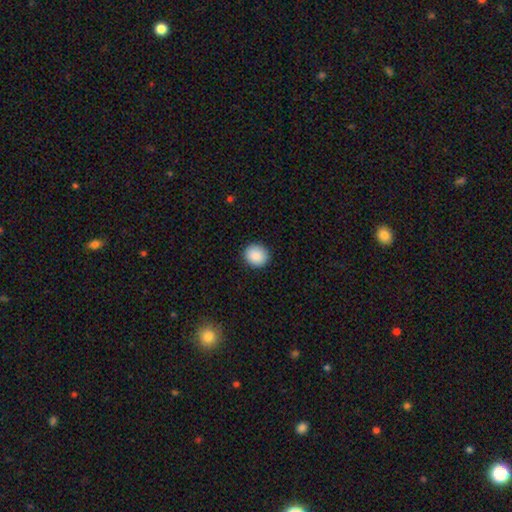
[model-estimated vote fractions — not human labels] Smooth or featured?
  - smooth: 89% *
  - star or artifact: 8%
  - featured or disk: 3%
How rounded?
  - round: 84% *
  - in between: 15%
  - cigar-shaped: 1%
Merging?
  - none: 91% *
  - minor disturbance: 6%
  - major disturbance: 2%
  - merger: 1%